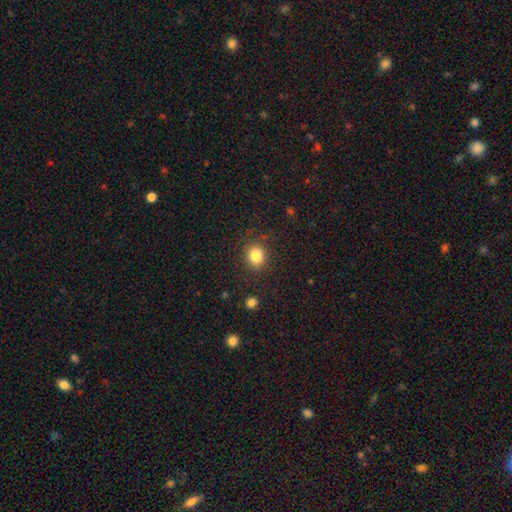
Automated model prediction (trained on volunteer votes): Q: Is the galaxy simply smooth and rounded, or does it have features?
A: smooth — 82%.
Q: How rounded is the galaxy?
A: round — 78%.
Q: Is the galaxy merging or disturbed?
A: none — 85%.